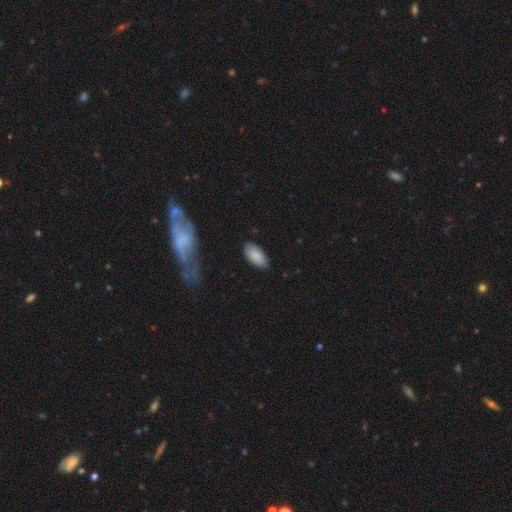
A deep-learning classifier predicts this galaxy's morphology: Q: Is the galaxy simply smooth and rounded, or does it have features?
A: smooth — 86%.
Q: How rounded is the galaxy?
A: in between — 93%.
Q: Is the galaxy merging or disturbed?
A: none — 83%.